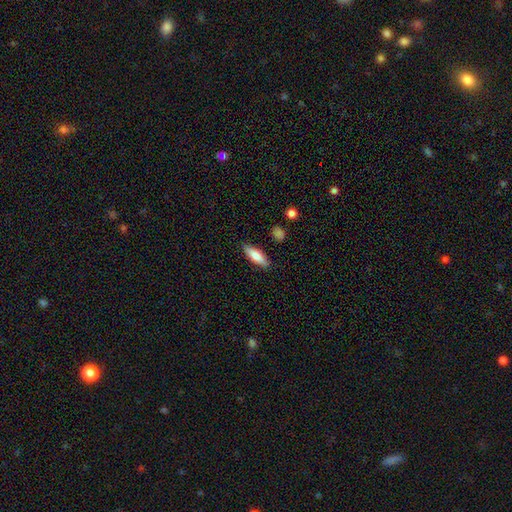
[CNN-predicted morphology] A smooth galaxy with no disk features (78%) that is in between round and cigar-shaped (56%).

Vote fractions:
- Smooth or featured? smooth: 78% / featured or disk: 16% / star or artifact: 6%
- How rounded? in between: 56% / cigar-shaped: 42% / round: 2%
- Merging? none: 86% / minor disturbance: 10% / major disturbance: 2% / merger: 2%